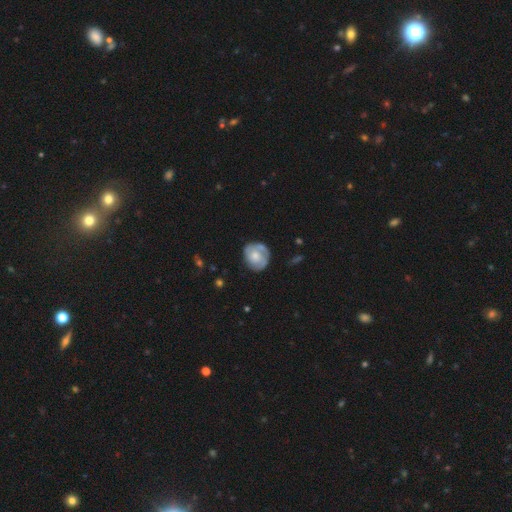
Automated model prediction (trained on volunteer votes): A featured or disk galaxy (53%) with no bar (81%), spiral arms (72%) and a moderate central bulge (52%). Merging: none (67%).